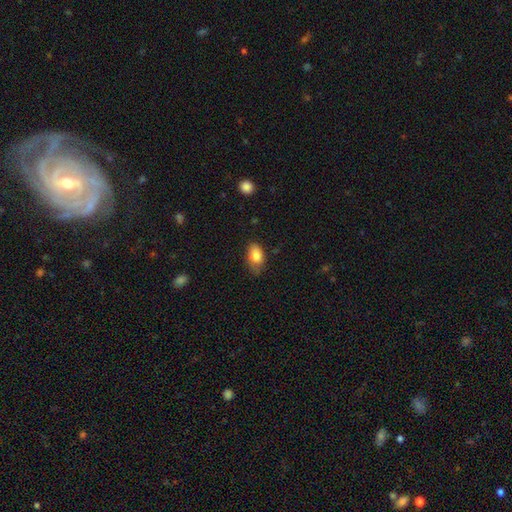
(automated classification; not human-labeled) smooth-or-featured: smooth: 83% | featured or disk: 10% | star or artifact: 8%
  how-rounded: in between: 89% | round: 9% | cigar-shaped: 2%
  merging: none: 64% | minor disturbance: 29% | major disturbance: 6% | merger: 1%